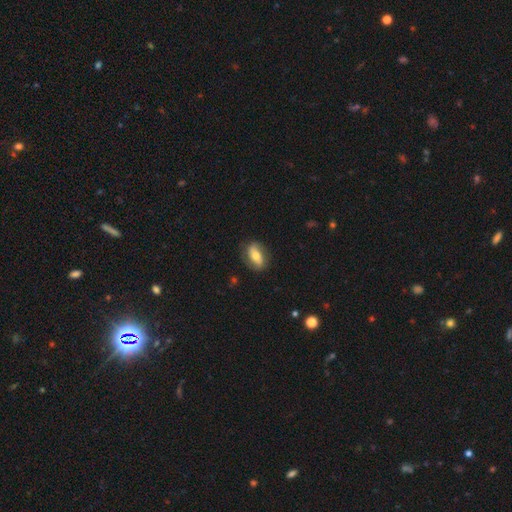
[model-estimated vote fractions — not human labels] smooth_or_featured: smooth (p=0.57) [alt: featured or disk p=0.37]
how_rounded: in between (p=0.80) [alt: cigar-shaped p=0.12]
merging: none (p=0.79) [alt: minor disturbance p=0.15]